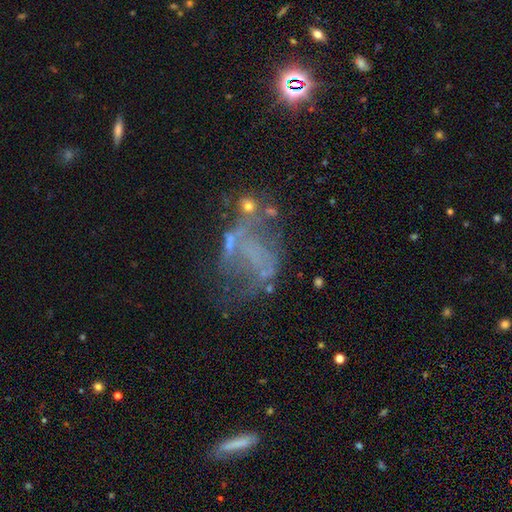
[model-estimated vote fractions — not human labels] featured or disk 56%, smooth 24%, star or artifact 20%. Down the decision tree: edge-on disk — no (97%); bar — no (77%); spiral arms — no (69%); bulge size — none (74%); merging — major disturbance (38%).